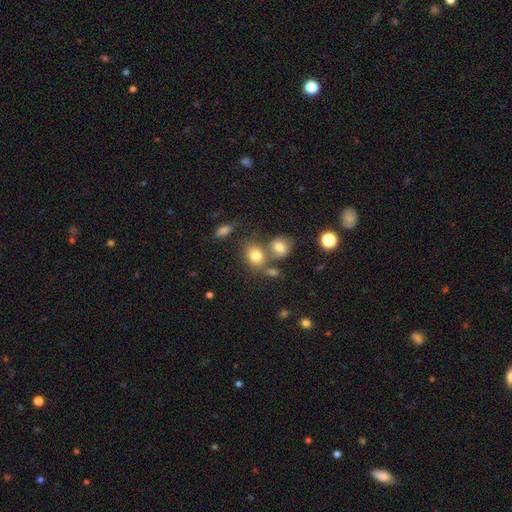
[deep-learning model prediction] Smooth or featured: smooth — 78% (star or artifact — 11%)
How rounded: in between — 57% (round — 41%)
Merging: none — 51% (merger — 31%)